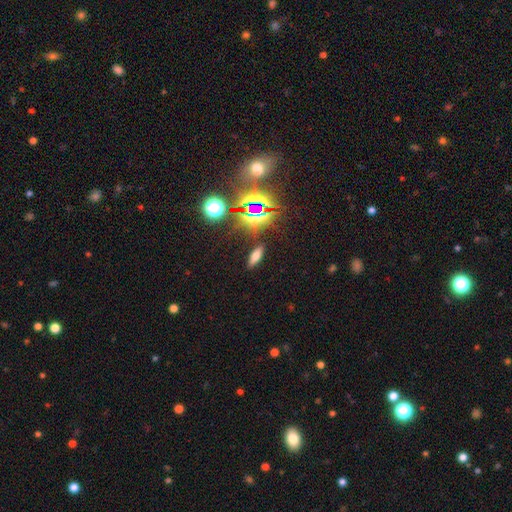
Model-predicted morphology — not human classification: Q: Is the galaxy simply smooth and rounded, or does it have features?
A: smooth — 58%.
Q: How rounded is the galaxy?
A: in between — 57%.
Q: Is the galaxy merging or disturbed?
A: none — 88%.